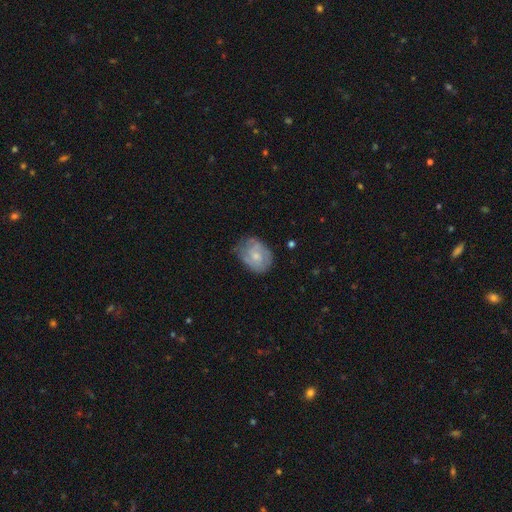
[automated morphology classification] Smooth or featured: featured or disk — 56% (smooth — 37%)
Edge-on disk: no — 97% (yes — 3%)
Bar: no — 70% (weak — 26%)
Spiral arms: yes — 72% (no — 28%)
Bulge size: moderate — 45% (small — 43%)
Merging: none — 58% (minor disturbance — 29%)